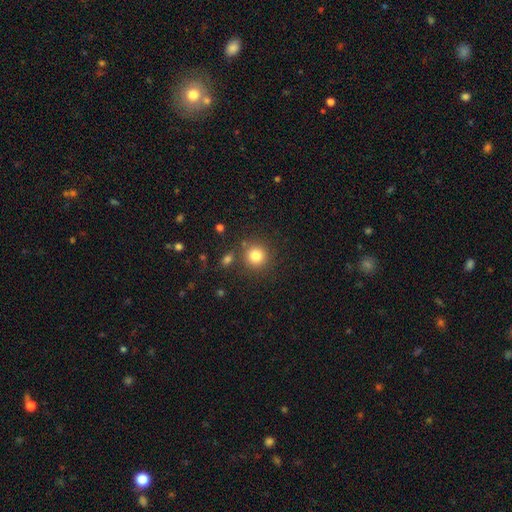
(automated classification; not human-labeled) smooth-or-featured: smooth: 82% | star or artifact: 11% | featured or disk: 6%
  how-rounded: round: 92% | in between: 7% | cigar-shaped: 1%
  merging: none: 83% | minor disturbance: 8% | merger: 6% | major disturbance: 3%